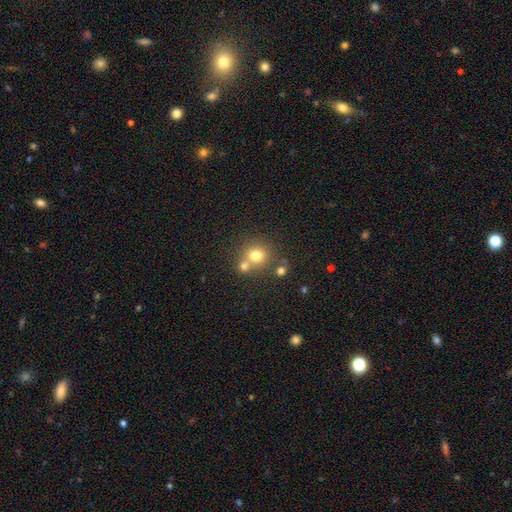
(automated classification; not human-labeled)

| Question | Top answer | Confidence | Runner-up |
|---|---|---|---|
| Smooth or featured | smooth | 74% | star or artifact (15%) |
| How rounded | round | 87% | in between (12%) |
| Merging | none | 56% | merger (32%) |